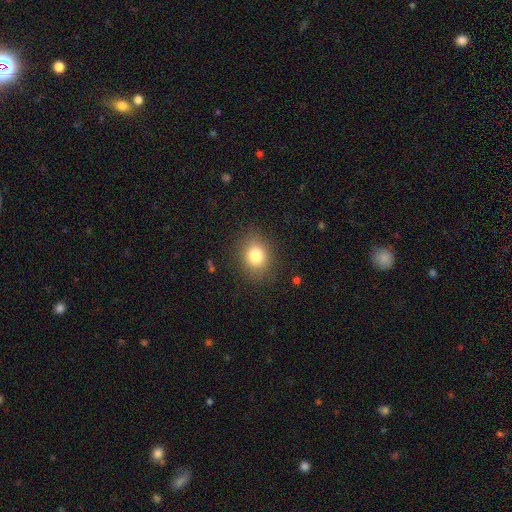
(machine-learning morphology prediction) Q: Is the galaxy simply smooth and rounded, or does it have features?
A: smooth — 81%.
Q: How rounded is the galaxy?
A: in between — 51%.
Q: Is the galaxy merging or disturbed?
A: none — 84%.